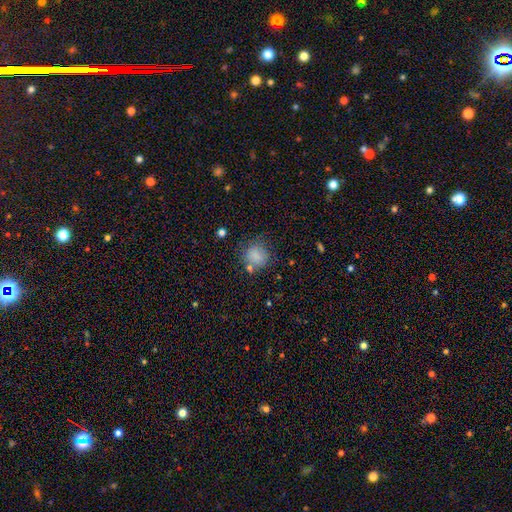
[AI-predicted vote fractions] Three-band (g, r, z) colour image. It shows a smooth galaxy with no disk features (81%) that is round (82%). Merging: none (69%).